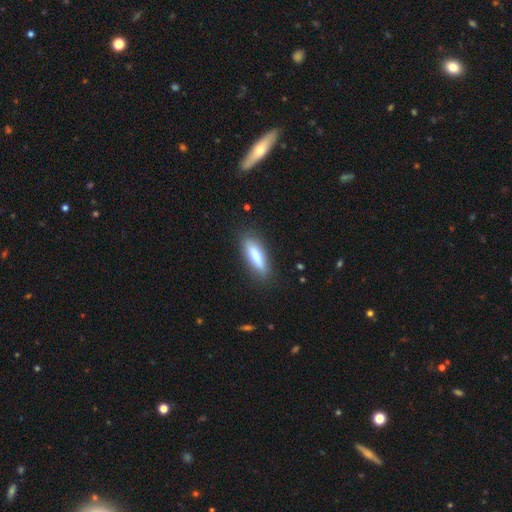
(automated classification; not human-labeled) The model was most divided on "how rounded": cigar-shaped: 52%, in between: 46%, round: 2%. More confident: merging — none (84%); smooth or featured — smooth (74%).